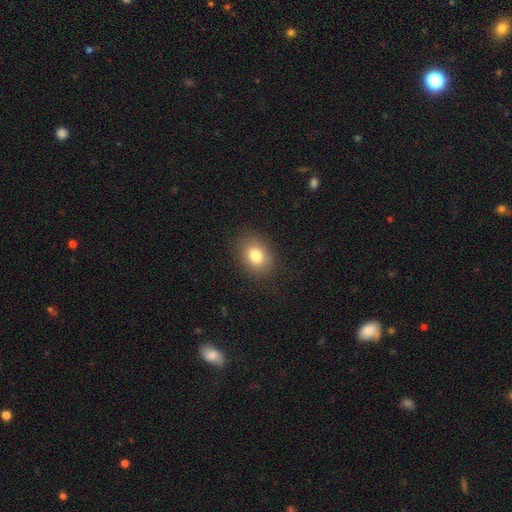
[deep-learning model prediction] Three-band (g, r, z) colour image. It shows a smooth galaxy with no disk features (80%) that is in between round and cigar-shaped (55%). Merging: none (86%).